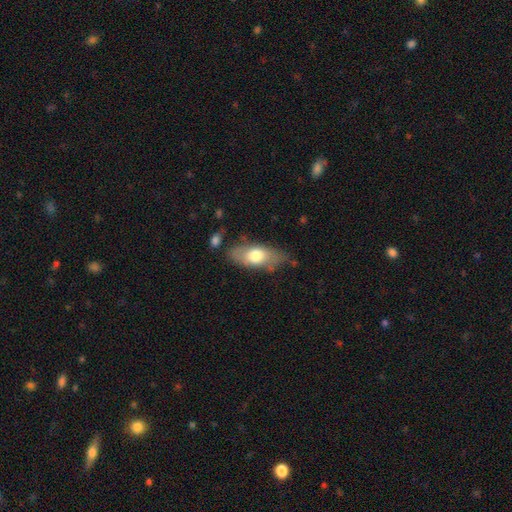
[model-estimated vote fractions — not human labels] smooth_or_featured: smooth (p=0.68) [alt: featured or disk p=0.26]
how_rounded: in between (p=0.84) [alt: cigar-shaped p=0.12]
merging: none (p=0.66) [alt: minor disturbance p=0.23]